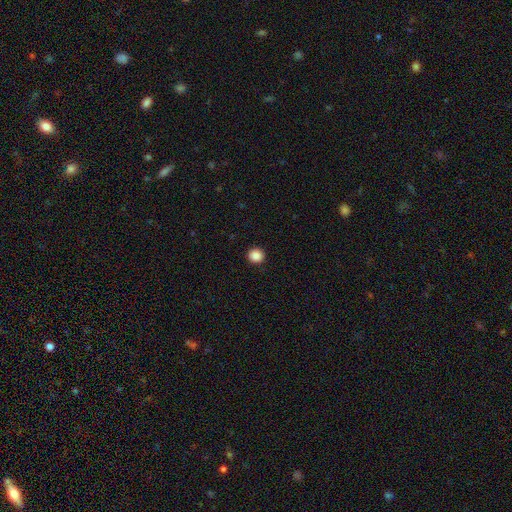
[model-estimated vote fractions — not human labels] Smooth or featured? Predicted: smooth (p=0.88). How rounded? Predicted: round (p=0.92). Merging? Predicted: none (p=0.93).